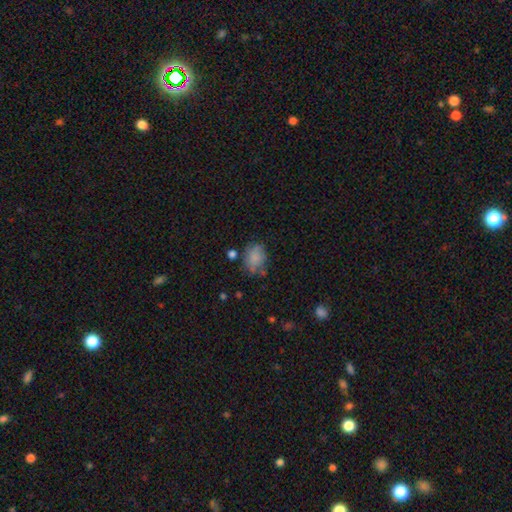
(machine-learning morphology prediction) A smooth galaxy with no disk features (78%) that is in between round and cigar-shaped (65%).

Vote fractions:
- Smooth or featured? smooth: 78% / featured or disk: 13% / star or artifact: 10%
- How rounded? in between: 65% / round: 34% / cigar-shaped: 1%
- Merging? none: 58% / minor disturbance: 25% / major disturbance: 10% / merger: 7%